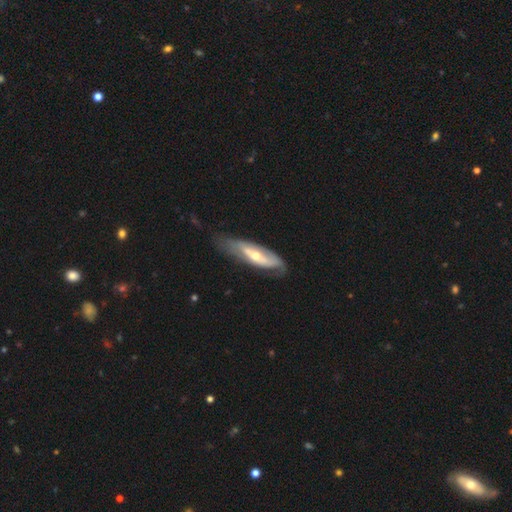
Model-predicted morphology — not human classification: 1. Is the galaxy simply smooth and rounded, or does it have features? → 68% featured or disk, 27% smooth, 5% star or artifact.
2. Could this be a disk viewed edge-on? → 75% no, 25% yes.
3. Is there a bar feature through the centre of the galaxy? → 49% no, 29% weak, 22% strong.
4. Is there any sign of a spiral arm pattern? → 68% yes, 32% no.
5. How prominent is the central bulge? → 58% moderate, 36% small, 4% large, 1% none, 1% dominant.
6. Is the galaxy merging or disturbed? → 53% none, 29% minor disturbance, 16% major disturbance, 2% merger.